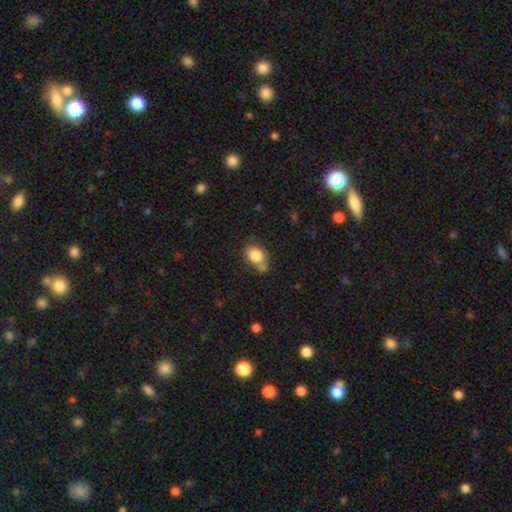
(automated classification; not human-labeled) Smooth or featured?
  - smooth: 82% *
  - star or artifact: 9%
  - featured or disk: 9%
How rounded?
  - in between: 58% *
  - round: 40%
  - cigar-shaped: 1%
Merging?
  - none: 51% *
  - merger: 23%
  - minor disturbance: 20%
  - major disturbance: 6%